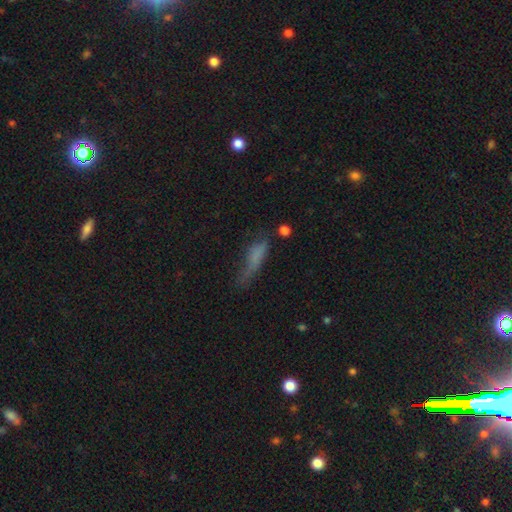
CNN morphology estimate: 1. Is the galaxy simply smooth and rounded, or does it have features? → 66% smooth, 21% featured or disk, 13% star or artifact.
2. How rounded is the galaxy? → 62% cigar-shaped, 35% in between, 3% round.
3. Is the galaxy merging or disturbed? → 37% none, 31% minor disturbance, 27% major disturbance, 5% merger.